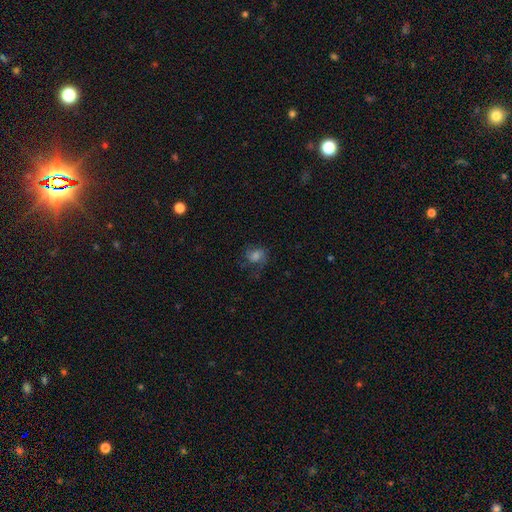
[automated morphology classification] The model was most divided on "smooth or featured": featured or disk: 43%, smooth: 41%, star or artifact: 16%. More confident: merging — none (59%).